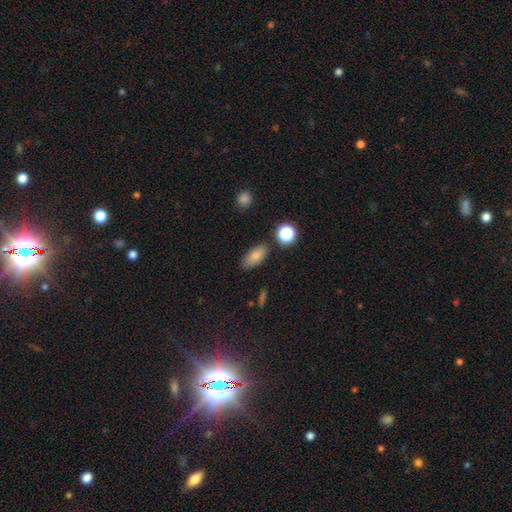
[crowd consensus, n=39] A smooth galaxy with no disk features (74%) that is in between round and cigar-shaped (66%). Merging: none (69%).